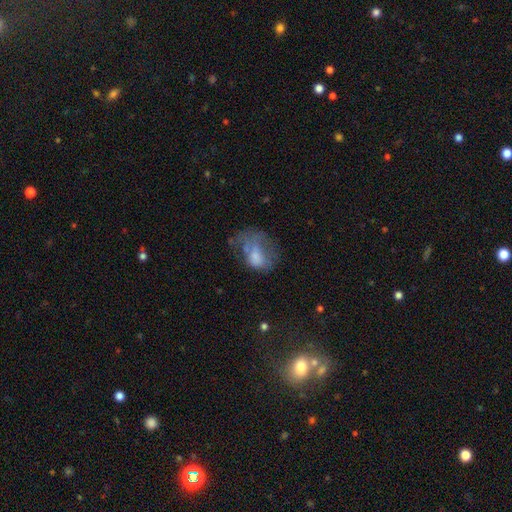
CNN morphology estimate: smooth 54%, featured or disk 34%, star or artifact 12%. Down the decision tree: how rounded — in between (72%); merging — major disturbance (47%).